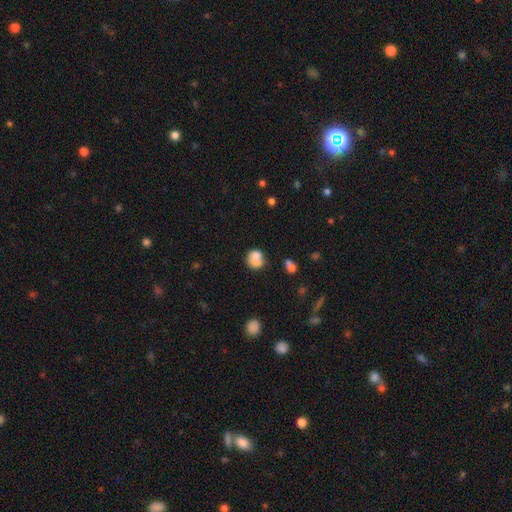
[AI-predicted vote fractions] smooth_or_featured: smooth (p=0.73) [alt: featured or disk p=0.17]
how_rounded: round (p=0.71) [alt: in between p=0.28]
merging: merger (p=0.52) [alt: none p=0.33]